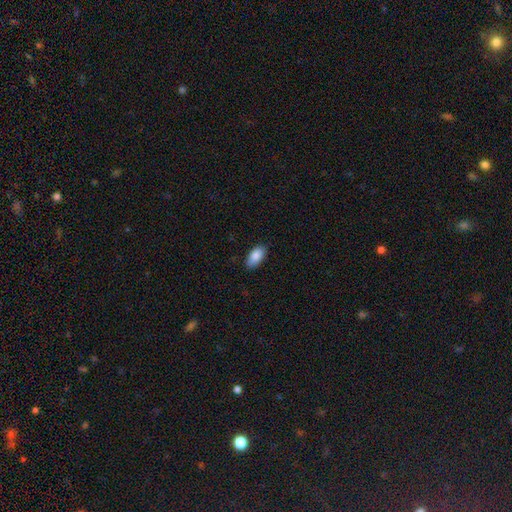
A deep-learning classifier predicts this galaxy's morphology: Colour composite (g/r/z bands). It shows a smooth galaxy with no disk features (87%) that is in between round and cigar-shaped (93%). Merging: none (85%).